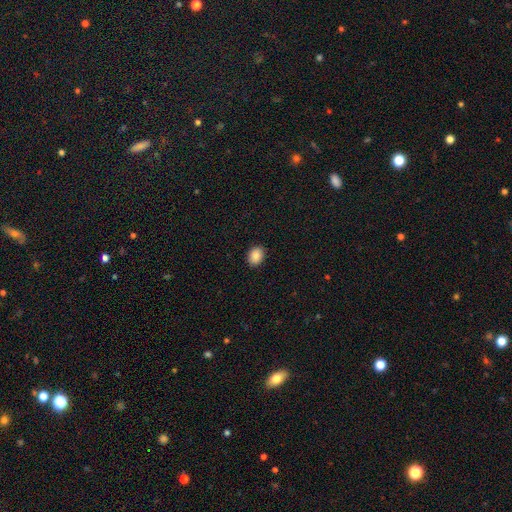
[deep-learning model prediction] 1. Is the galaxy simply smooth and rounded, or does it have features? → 87% smooth, 8% star or artifact, 4% featured or disk.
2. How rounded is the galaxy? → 62% in between, 37% round, 1% cigar-shaped.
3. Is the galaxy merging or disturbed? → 91% none, 7% minor disturbance, 2% major disturbance, 1% merger.